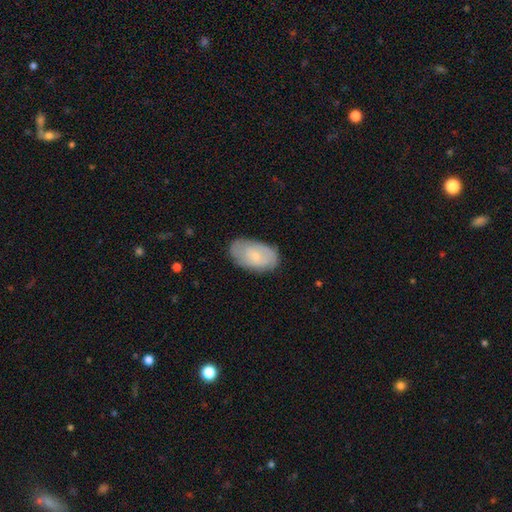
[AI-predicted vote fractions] smooth 57%, featured or disk 36%, star or artifact 7%. Down the decision tree: how rounded — in between (93%); merging — none (75%).